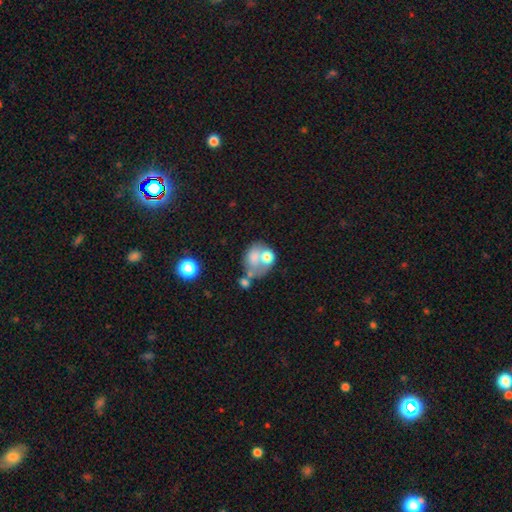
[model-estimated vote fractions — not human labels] The model was most divided on "how rounded": in between: 51%, round: 48%, cigar-shaped: 1%. Remaining: smooth or featured — smooth (54%); merging — merger (40%).